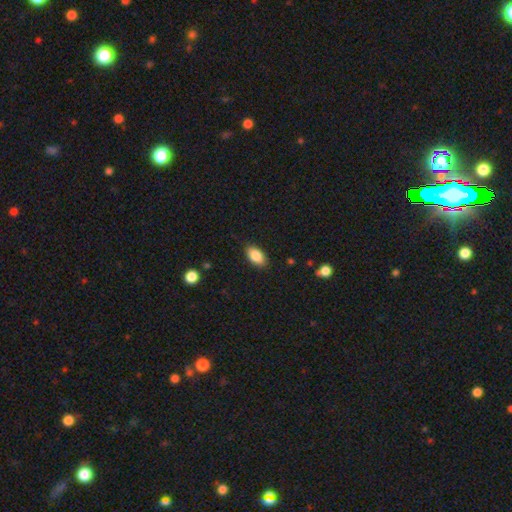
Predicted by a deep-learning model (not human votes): Morphology: type=smooth (86%); roundness=in between (91%); merging=none (86%).